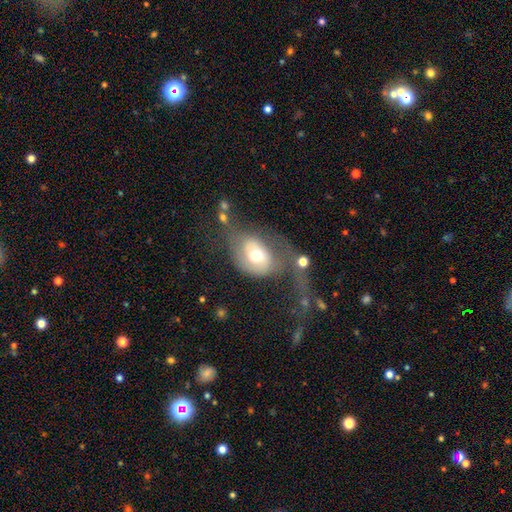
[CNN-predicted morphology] smooth-or-featured: smooth: 49% | featured or disk: 43% | star or artifact: 8%
  merging: major disturbance: 46% | none: 20% | merger: 19% | minor disturbance: 16%